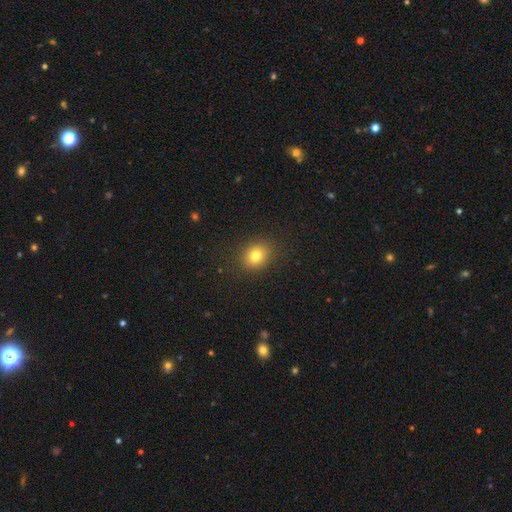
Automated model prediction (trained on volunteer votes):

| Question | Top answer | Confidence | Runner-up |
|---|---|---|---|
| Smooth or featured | smooth | 79% | star or artifact (12%) |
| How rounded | round | 63% | in between (36%) |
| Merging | none | 88% | minor disturbance (8%) |